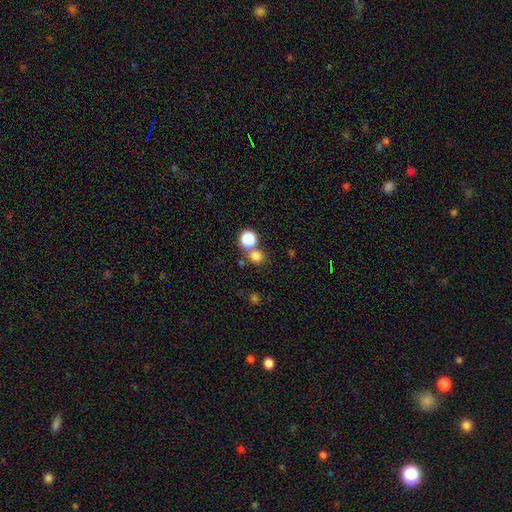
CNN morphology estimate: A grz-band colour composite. It shows a smooth galaxy with no disk features (78%) that is round (83%). Merging: none (62%).